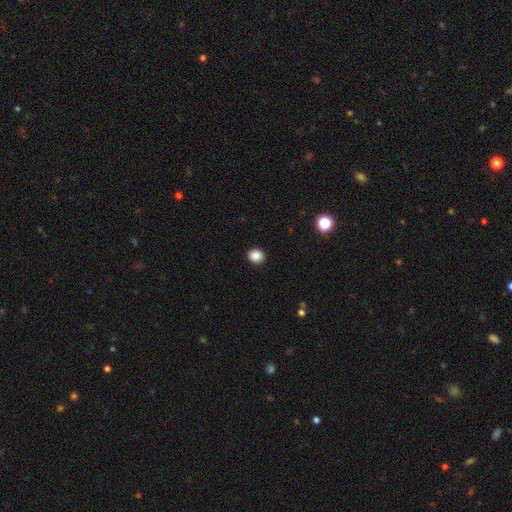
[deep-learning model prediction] Smooth or featured? Predicted: smooth (p=0.87). How rounded? Predicted: round (p=0.71). Merging? Predicted: none (p=0.92).